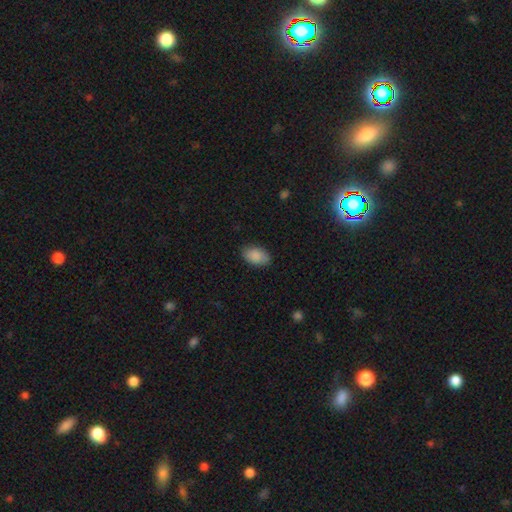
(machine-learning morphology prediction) smooth 88%, star or artifact 6%, featured or disk 5%. Down the decision tree: how rounded — in between (92%); merging — none (85%).